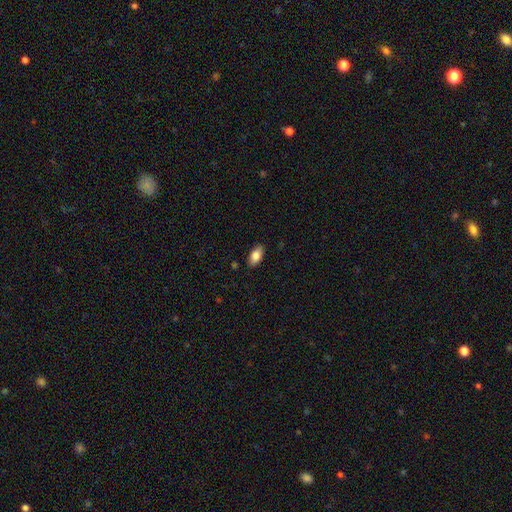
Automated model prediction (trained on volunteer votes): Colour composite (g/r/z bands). It shows a smooth galaxy with no disk features (83%) that is in between round and cigar-shaped (92%). Merging: none (87%).